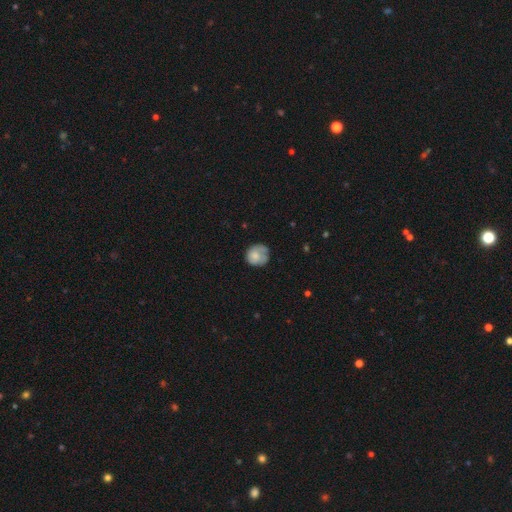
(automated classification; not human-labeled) Smooth or featured? smooth (70%)
How rounded? round (81%)
Merging? none (56%)